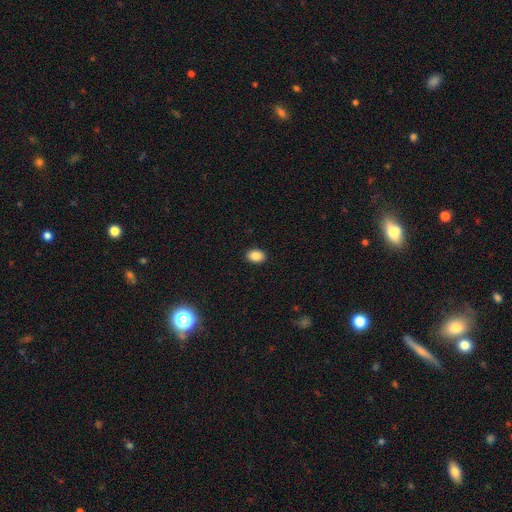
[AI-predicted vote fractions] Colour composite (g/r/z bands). It shows a smooth galaxy with no disk features (87%) that is in between round and cigar-shaped (75%). Merging: none (91%).